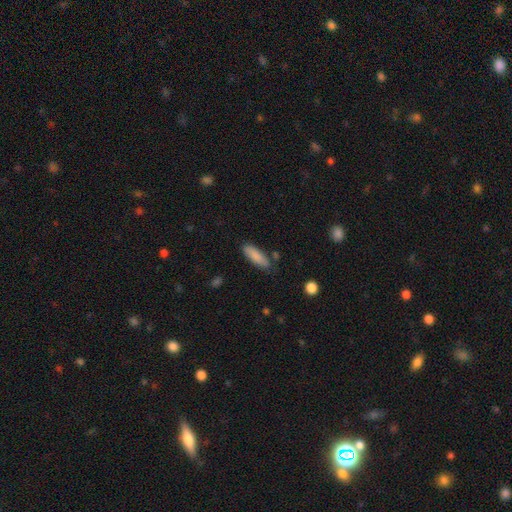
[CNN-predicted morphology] type=smooth (86%); roundness=in between (59%); merging=none (78%).